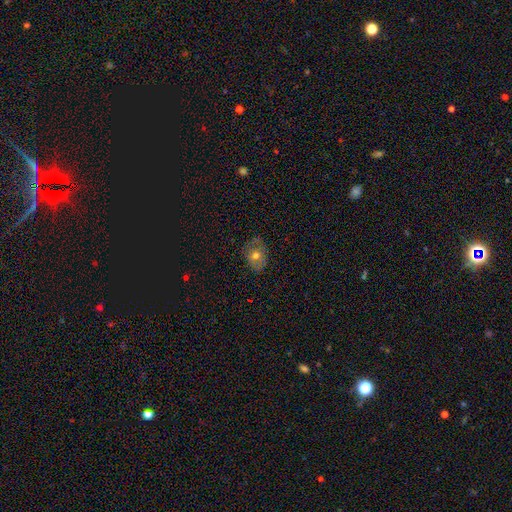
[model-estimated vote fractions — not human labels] This is likely a smooth galaxy (61%). How rounded: likely in between (61%). Merging: likely none (67%).